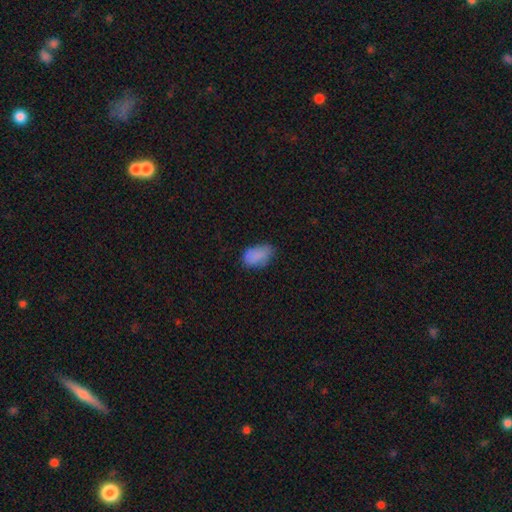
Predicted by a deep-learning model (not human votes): A smooth galaxy with no disk features (83%) that is in between round and cigar-shaped (91%).

Vote fractions:
- Smooth or featured? smooth: 83% / star or artifact: 9% / featured or disk: 7%
- How rounded? in between: 91% / round: 7% / cigar-shaped: 2%
- Merging? none: 61% / minor disturbance: 30% / major disturbance: 7% / merger: 2%